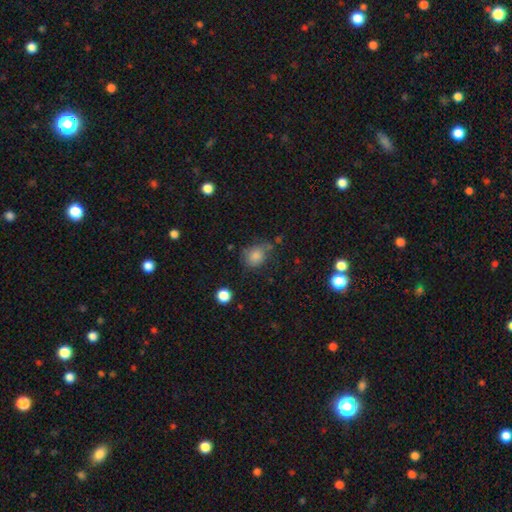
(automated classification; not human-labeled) Overall: smooth (80%). How rounded: round (65%; in between 34%). Merging: none (65%).